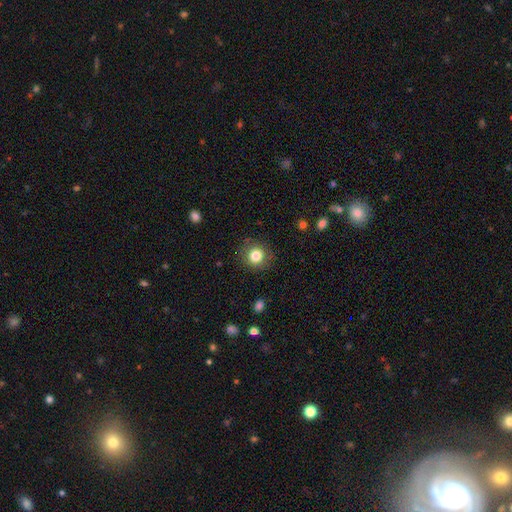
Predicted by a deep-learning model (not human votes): smooth_or_featured: smooth (p=0.83) [alt: star or artifact p=0.10]
how_rounded: round (p=0.90) [alt: in between p=0.09]
merging: none (p=0.86) [alt: minor disturbance p=0.09]